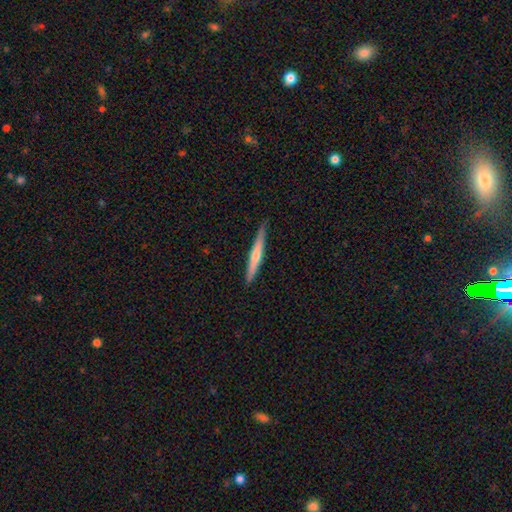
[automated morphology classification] type=featured or disk (54%); edge-on=yes (97%); edge-on bulge=rounded (67%); merging=none (90%).